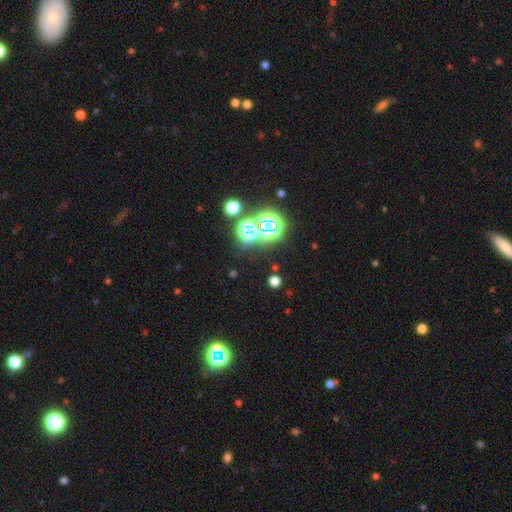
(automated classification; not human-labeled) This appears to be a star or artifact, not a galaxy (75%).